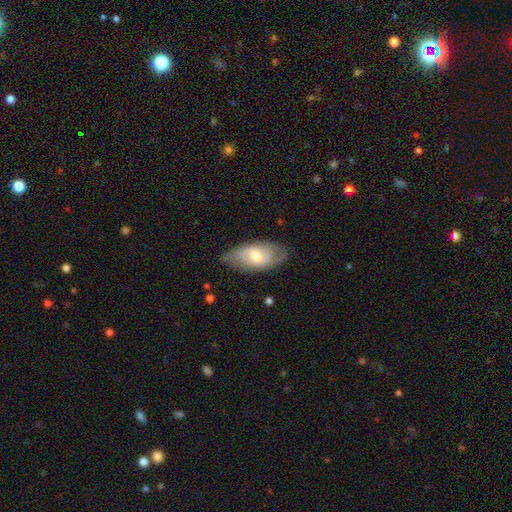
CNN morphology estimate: Q: Smooth or featured?
A: featured or disk (53%); runner-up: smooth (41%)
Q: Edge-on disk?
A: no (89%); runner-up: yes (11%)
Q: Merging?
A: none (70%); runner-up: minor disturbance (23%)